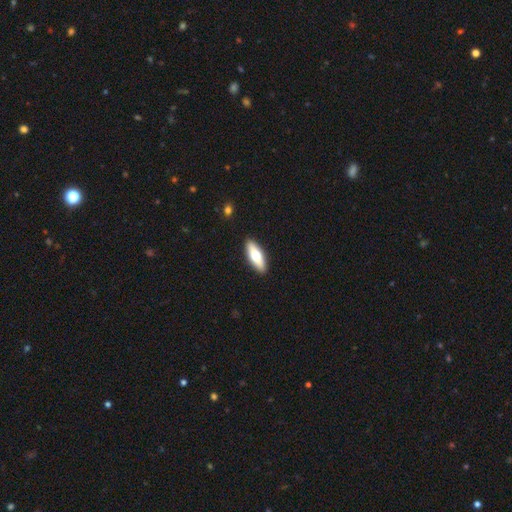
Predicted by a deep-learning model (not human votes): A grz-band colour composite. It shows a smooth galaxy with no disk features (61%) that is in between round and cigar-shaped (61%). Merging: none (90%).